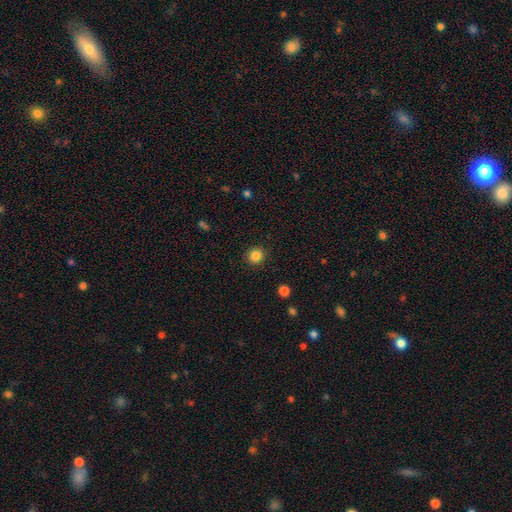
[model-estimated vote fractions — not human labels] Overall: smooth (84%). How rounded: round (91%). Merging: none (91%).